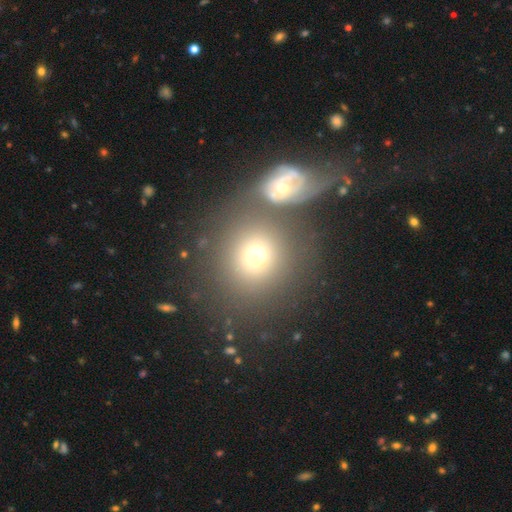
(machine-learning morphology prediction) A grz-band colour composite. It shows a smooth galaxy with no disk features (66%) that is round (81%). Merging: none (55%).